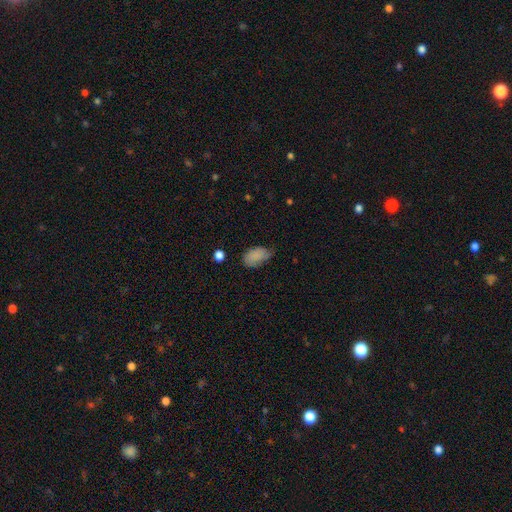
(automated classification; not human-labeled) Morphology: type=smooth (83%); roundness=in between (91%); merging=none (49%).